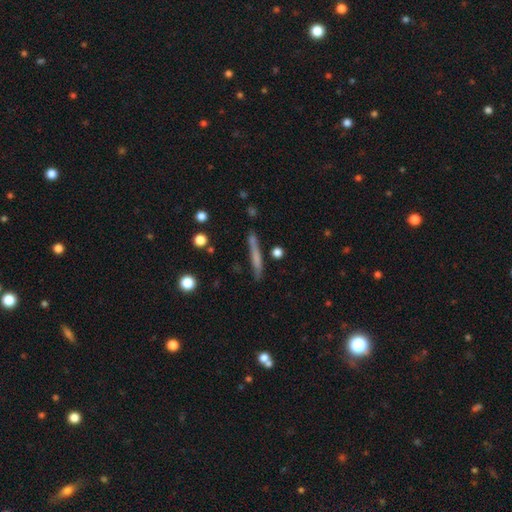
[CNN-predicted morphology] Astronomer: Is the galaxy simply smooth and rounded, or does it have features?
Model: smooth — 54% (runner-up: featured or disk, 37%).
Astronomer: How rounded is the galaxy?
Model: cigar-shaped — 94%.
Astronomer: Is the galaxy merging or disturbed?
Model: none — 79%.